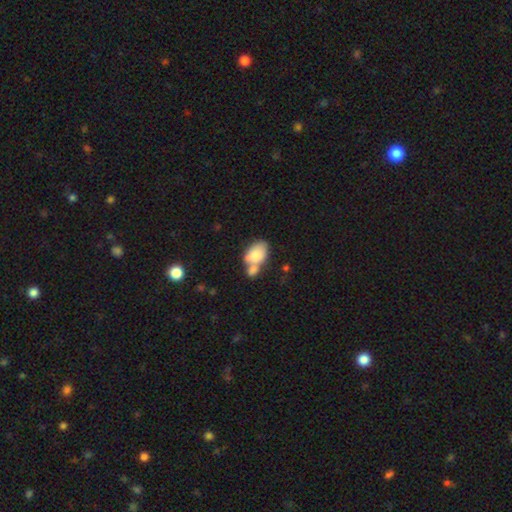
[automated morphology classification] type=smooth (75%); roundness=in between (86%); merging=merger (54%).